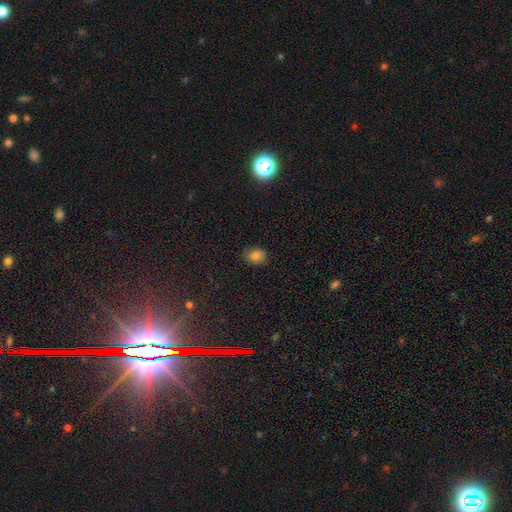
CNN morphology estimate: smooth_or_featured: smooth (p=0.81) [alt: star or artifact p=0.12]
how_rounded: in between (p=0.50) [alt: round p=0.49]
merging: none (p=0.78) [alt: minor disturbance p=0.18]